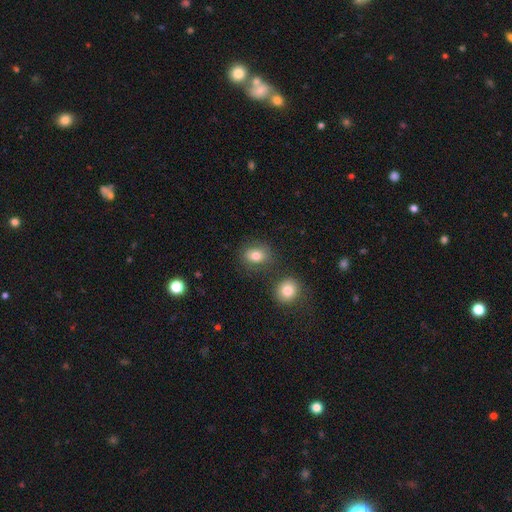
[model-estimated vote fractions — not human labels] The model was most divided on "how rounded": in between: 57%, round: 42%, cigar-shaped: 1%. More confident: smooth or featured — smooth (79%); merging — none (75%).